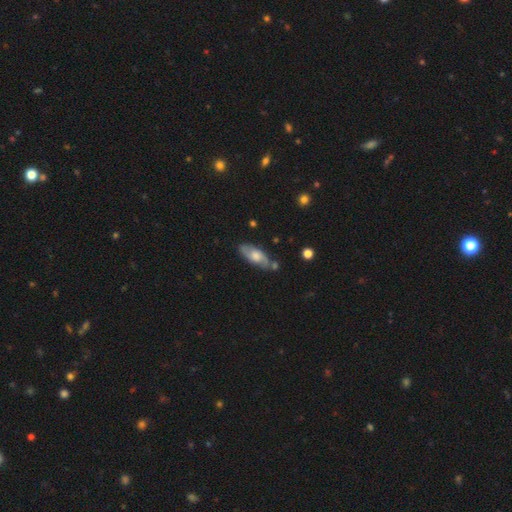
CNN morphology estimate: The model was most divided on "smooth or featured": featured or disk: 53%, smooth: 41%, star or artifact: 6%. More confident: edge-on disk — no (79%); merging — none (72%).